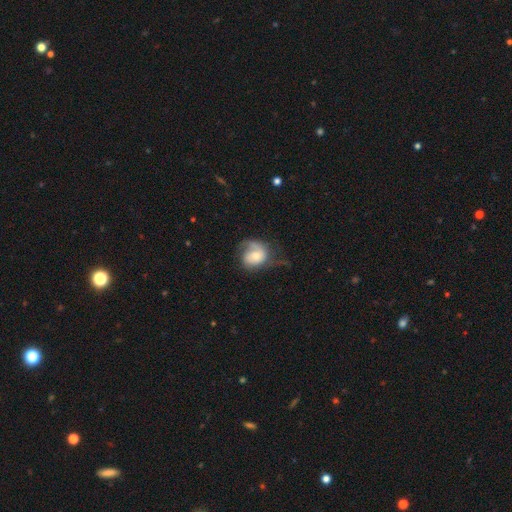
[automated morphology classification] smooth_or_featured: featured or disk (p=0.54) [alt: smooth p=0.38]
disk_edge_on: no (p=0.97) [alt: yes p=0.03]
bar: no (p=0.73) [alt: weak p=0.23]
has_spiral_arms: yes (p=0.81) [alt: no p=0.19]
bulge_size: moderate (p=0.52) [alt: small p=0.35]
merging: none (p=0.41) [alt: major disturbance p=0.30]